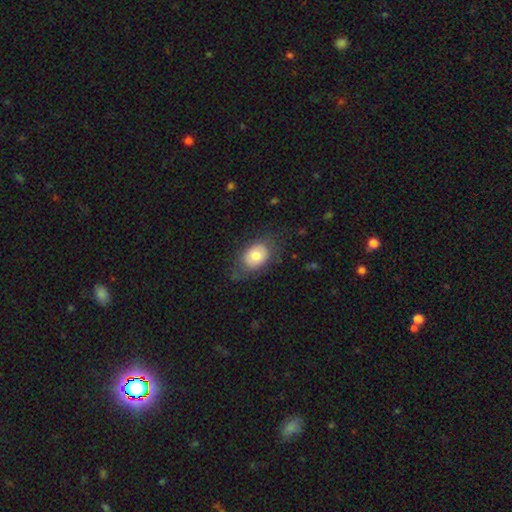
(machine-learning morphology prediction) Smooth or featured: smooth — 73% (featured or disk — 19%)
How rounded: in between — 73% (round — 26%)
Merging: none — 64% (minor disturbance — 22%)